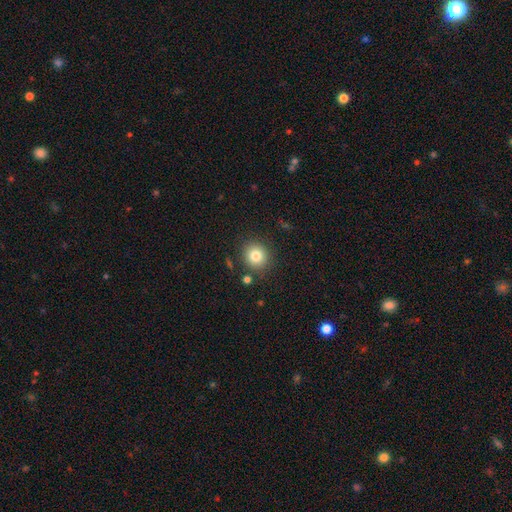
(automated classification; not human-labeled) This is clearly a smooth galaxy (81%). How rounded: clearly round (88%). Merging: clearly none (86%).